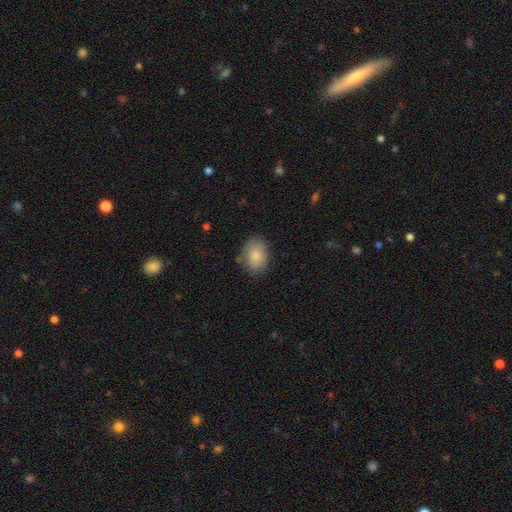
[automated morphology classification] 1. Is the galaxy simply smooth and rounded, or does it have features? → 84% smooth, 8% featured or disk, 7% star or artifact.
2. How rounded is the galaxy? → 75% in between, 24% round, 1% cigar-shaped.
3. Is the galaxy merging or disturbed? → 80% none, 15% minor disturbance, 4% major disturbance, 2% merger.